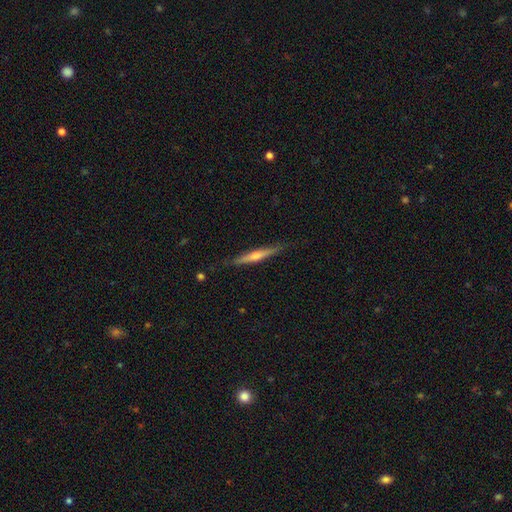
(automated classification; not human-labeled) smooth_or_featured: featured or disk (p=0.60) [alt: smooth p=0.34]
disk_edge_on: yes (p=0.97) [alt: no p=0.03]
edge_on_bulge: rounded (p=0.75) [alt: none p=0.18]
merging: none (p=0.85) [alt: minor disturbance p=0.12]